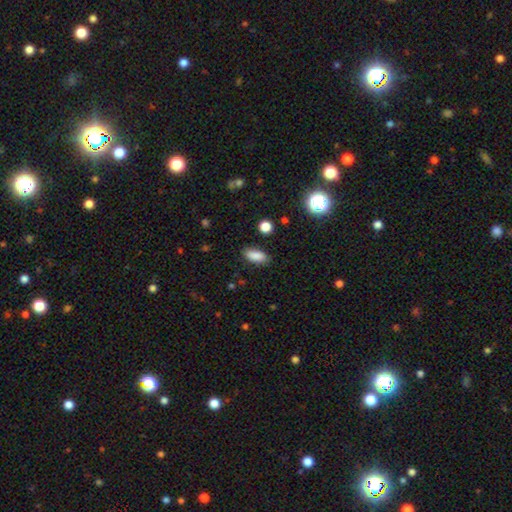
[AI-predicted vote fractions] Smooth or featured? Predicted: smooth (p=0.87). How rounded? Predicted: in between (p=0.82). Merging? Predicted: none (p=0.84).